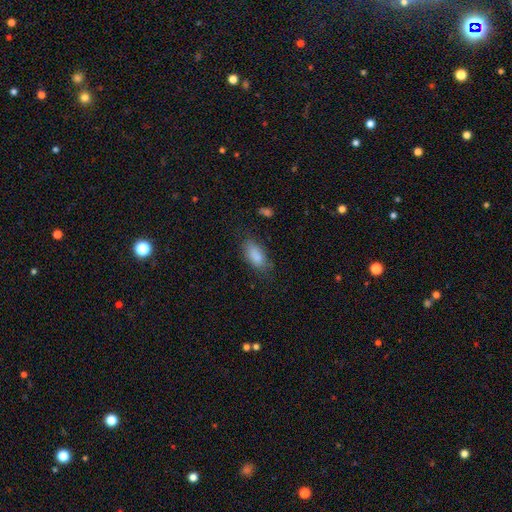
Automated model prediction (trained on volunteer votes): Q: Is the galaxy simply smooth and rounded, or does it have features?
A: smooth — 86%.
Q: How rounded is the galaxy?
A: in between — 89%.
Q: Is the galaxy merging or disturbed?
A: none — 72%.